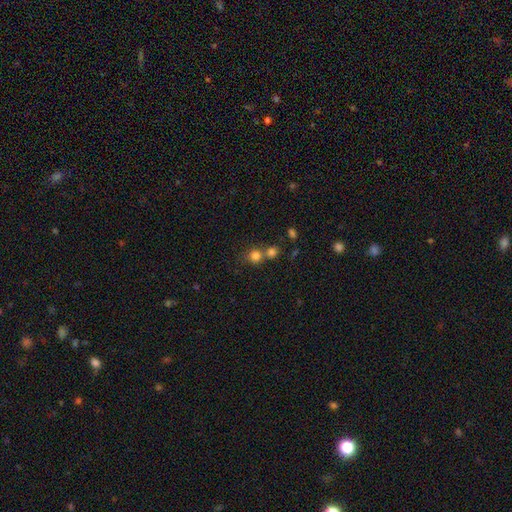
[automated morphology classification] This is likely a smooth galaxy (80%). How rounded: clearly round (87%). Merging: possibly none (49%).